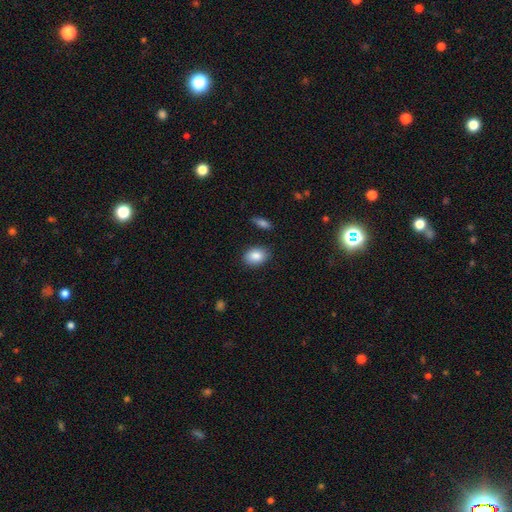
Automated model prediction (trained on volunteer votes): The model was most divided on "how rounded": in between: 72%, round: 27%, cigar-shaped: 1%. More confident: smooth or featured — smooth (86%); merging — none (85%).